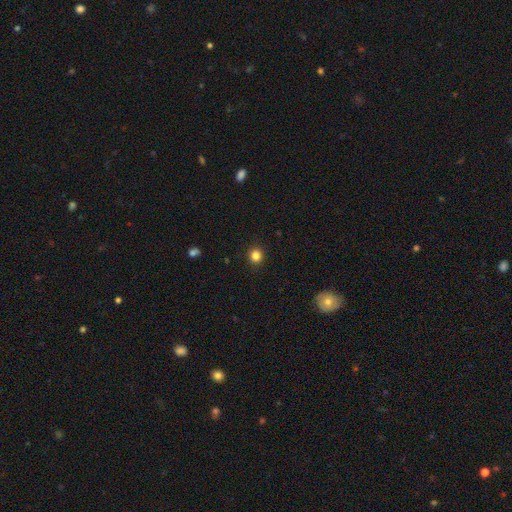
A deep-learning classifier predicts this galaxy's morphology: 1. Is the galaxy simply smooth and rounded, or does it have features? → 83% smooth, 13% star or artifact, 4% featured or disk.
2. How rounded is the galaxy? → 91% round, 8% in between, 1% cigar-shaped.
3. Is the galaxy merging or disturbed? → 92% none, 5% minor disturbance, 2% major disturbance, 1% merger.